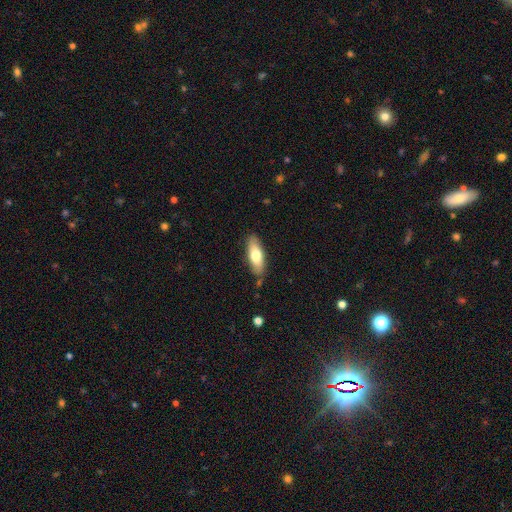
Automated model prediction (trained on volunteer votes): This is likely a smooth galaxy (69%). How rounded: likely in between (67%). Merging: clearly none (82%).